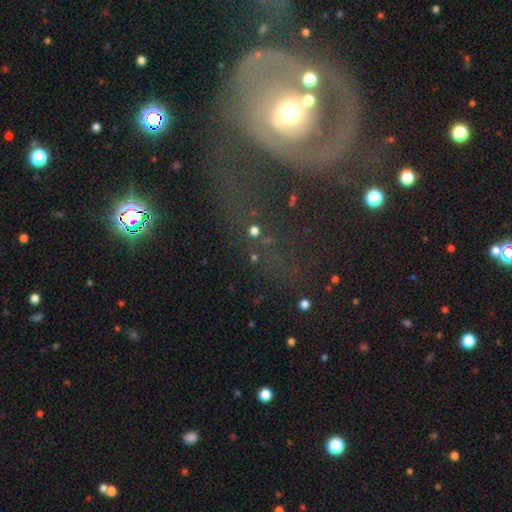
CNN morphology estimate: This is likely a featured or disk galaxy (61%). It is clearly not viewed edge-on (91%). Bar: likely no (65%). Spiral arm pattern: likely yes (65%). Central bulge: possibly moderate (58%). Merging: marginally none (40%).